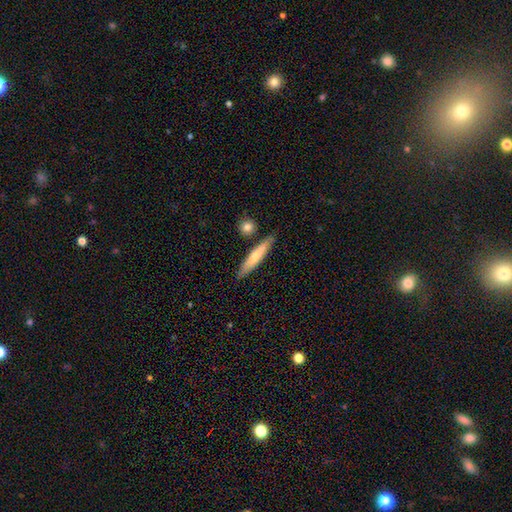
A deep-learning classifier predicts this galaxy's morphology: Smooth or featured?
  - smooth: 65% *
  - featured or disk: 30%
  - star or artifact: 5%
How rounded?
  - cigar-shaped: 90% *
  - in between: 9%
  - round: 1%
Merging?
  - none: 82% *
  - minor disturbance: 11%
  - merger: 5%
  - major disturbance: 2%